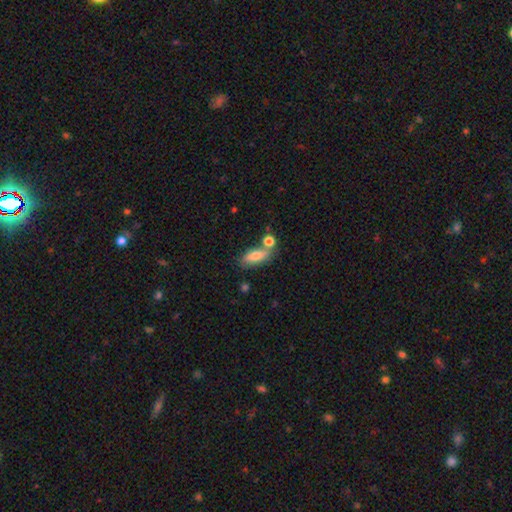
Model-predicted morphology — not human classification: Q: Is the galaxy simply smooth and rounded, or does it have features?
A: smooth — 76%.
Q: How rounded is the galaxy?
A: in between — 66%.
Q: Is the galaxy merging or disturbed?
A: none — 61%.